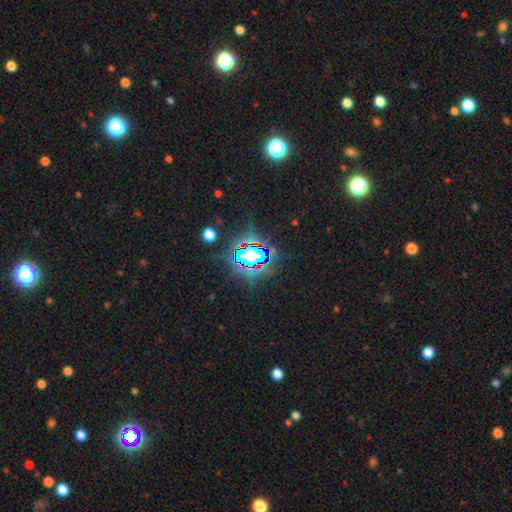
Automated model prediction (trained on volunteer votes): Overall: star or artifact (78%).